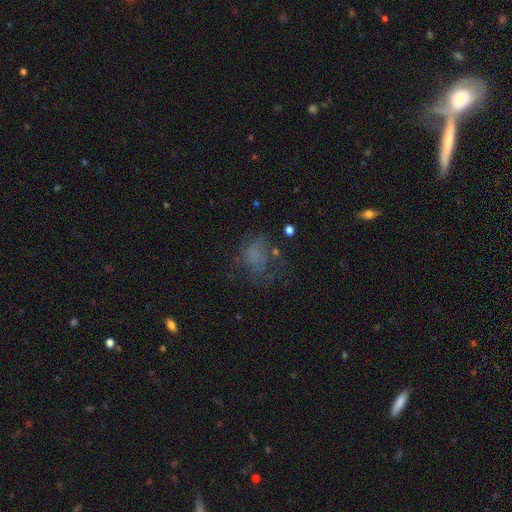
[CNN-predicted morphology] Smooth or featured?
  - smooth: 51% *
  - featured or disk: 28%
  - star or artifact: 22%
How rounded?
  - in between: 59% *
  - round: 39%
  - cigar-shaped: 2%
Merging?
  - none: 40% *
  - major disturbance: 35%
  - minor disturbance: 21%
  - merger: 4%